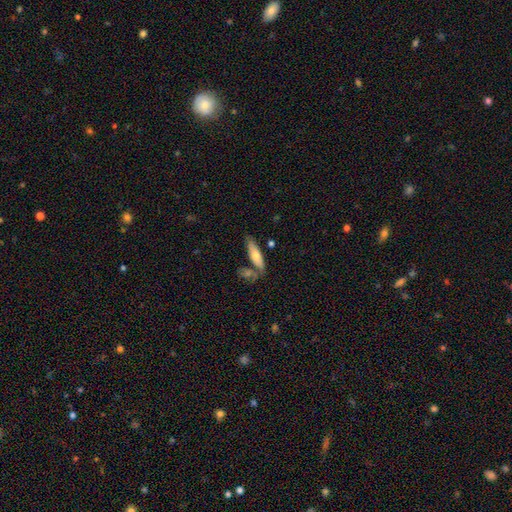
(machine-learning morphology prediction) type=smooth (66%); roundness=cigar-shaped (58%); merging=none (66%).